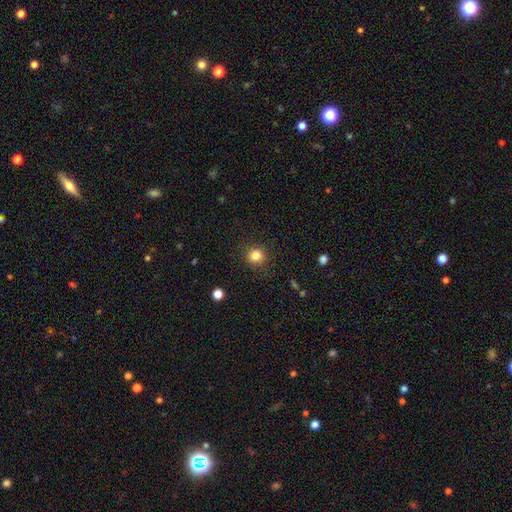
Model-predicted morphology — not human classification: Overall: smooth (83%). How rounded: round (89%). Merging: none (89%).